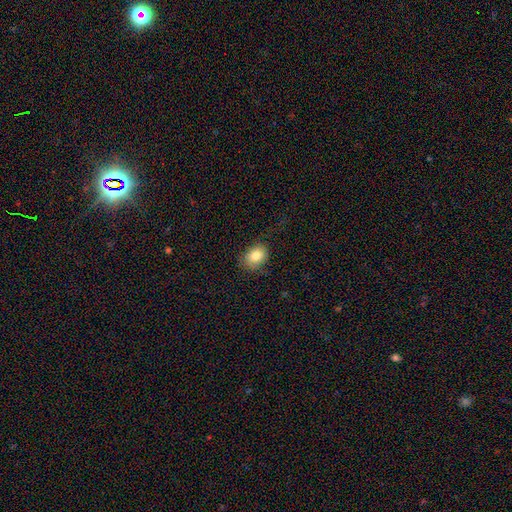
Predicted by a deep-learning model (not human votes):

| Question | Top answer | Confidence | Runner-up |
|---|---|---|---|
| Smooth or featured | smooth | 82% | star or artifact (9%) |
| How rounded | in between | 54% | round (45%) |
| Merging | none | 73% | minor disturbance (20%) |